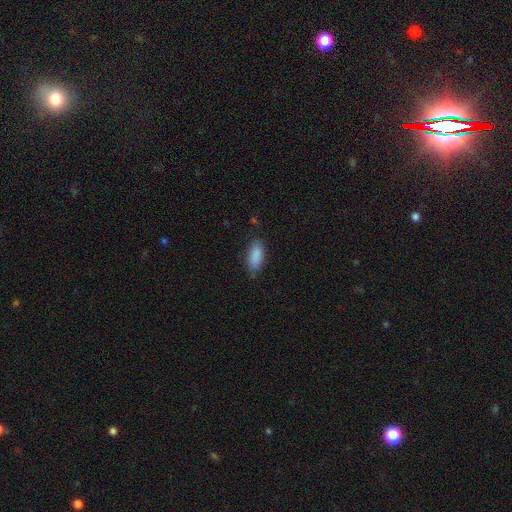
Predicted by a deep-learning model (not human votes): smooth_or_featured: smooth (p=0.88) [alt: star or artifact p=0.07]
how_rounded: in between (p=0.83) [alt: cigar-shaped p=0.15]
merging: none (p=0.76) [alt: minor disturbance p=0.18]